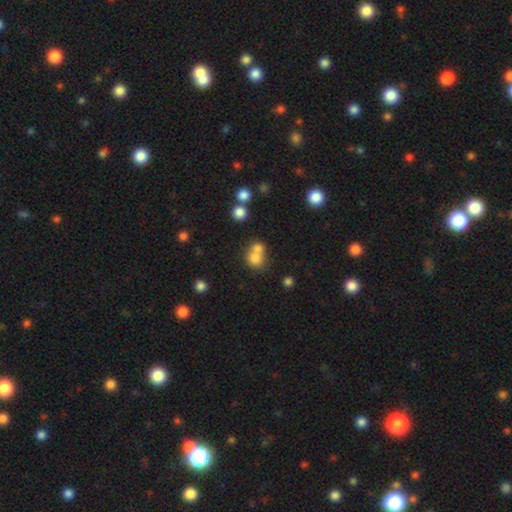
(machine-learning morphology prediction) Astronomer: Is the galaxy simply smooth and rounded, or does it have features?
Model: smooth — 75%.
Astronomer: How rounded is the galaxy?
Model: round — 77%.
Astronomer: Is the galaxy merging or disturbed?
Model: merger — 53% (runner-up: none, 37%).